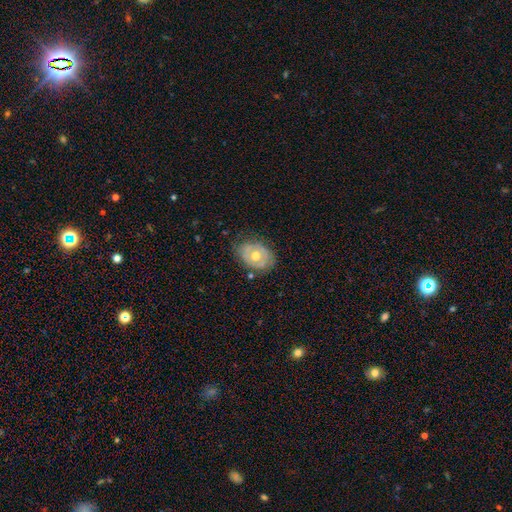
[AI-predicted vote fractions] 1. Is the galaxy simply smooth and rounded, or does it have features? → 56% featured or disk, 37% smooth, 7% star or artifact.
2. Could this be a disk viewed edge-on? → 94% no, 6% yes.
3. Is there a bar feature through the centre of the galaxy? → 84% no, 12% weak, 3% strong.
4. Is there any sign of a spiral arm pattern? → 68% no, 32% yes.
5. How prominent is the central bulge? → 80% moderate, 11% small, 7% large, 1% dominant, 1% none.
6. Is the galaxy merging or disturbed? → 72% none, 21% minor disturbance, 6% major disturbance, 2% merger.